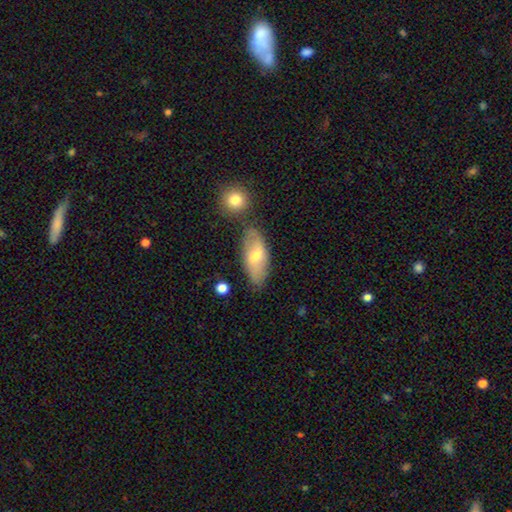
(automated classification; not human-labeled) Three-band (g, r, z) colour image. It shows a smooth galaxy with no disk features (56%) that is in between round and cigar-shaped (85%). Merging: none (73%).